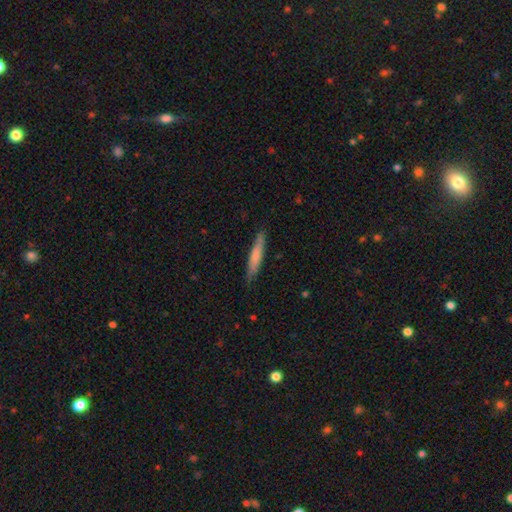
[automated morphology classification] Smooth or featured? Predicted: smooth (p=0.67). How rounded? Predicted: cigar-shaped (p=0.91). Merging? Predicted: none (p=0.85).